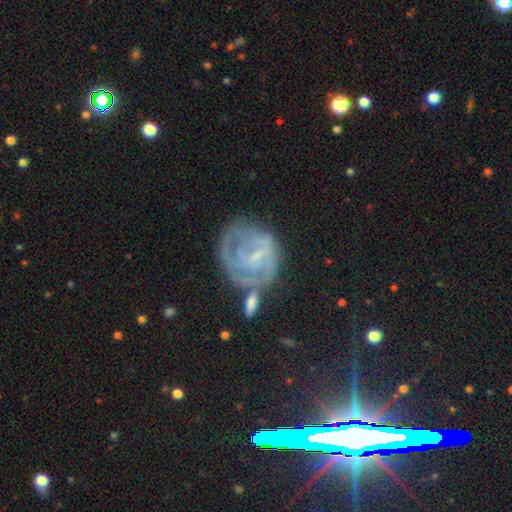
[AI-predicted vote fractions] Smooth or featured? featured or disk (69%)
Edge-on disk? no (97%)
Bar? weak (49%)
Spiral arms? yes (71%)
Bulge size? small (56%)
Merging? none (39%)